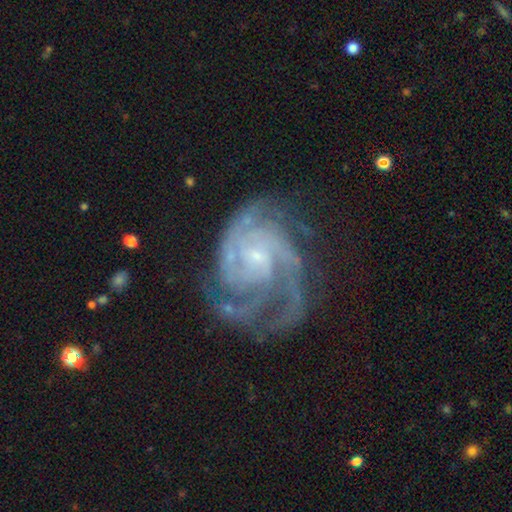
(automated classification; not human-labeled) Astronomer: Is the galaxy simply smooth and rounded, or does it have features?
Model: featured or disk — 91%.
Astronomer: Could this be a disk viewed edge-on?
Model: no — 98%.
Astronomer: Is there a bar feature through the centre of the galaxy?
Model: no — 62%.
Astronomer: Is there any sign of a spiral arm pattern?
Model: yes — 98%.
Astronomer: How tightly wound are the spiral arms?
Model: tight — 57% (runner-up: medium, 37%).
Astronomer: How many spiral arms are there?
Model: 3 — 34% (runner-up: 2, 20%).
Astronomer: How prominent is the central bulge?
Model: small — 79%.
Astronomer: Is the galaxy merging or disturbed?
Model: none — 58%.